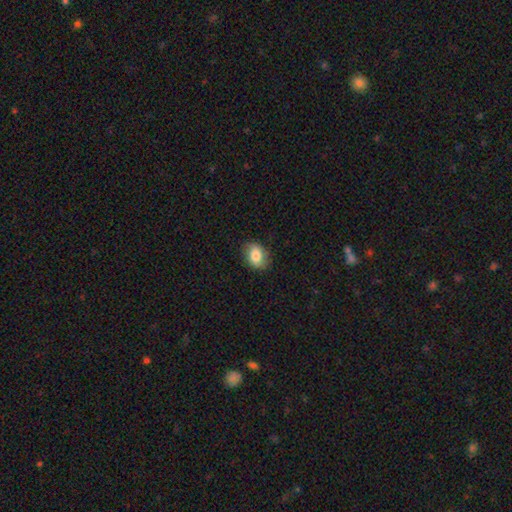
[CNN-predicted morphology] The model was most divided on "how rounded": in between: 67%, round: 32%, cigar-shaped: 1%. More confident: merging — none (81%); smooth or featured — smooth (75%).